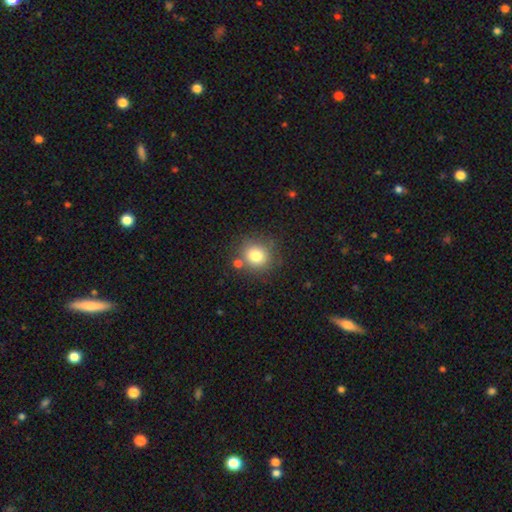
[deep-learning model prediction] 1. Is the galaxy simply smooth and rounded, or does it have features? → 79% smooth, 12% star or artifact, 9% featured or disk.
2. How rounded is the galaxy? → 83% round, 16% in between, 1% cigar-shaped.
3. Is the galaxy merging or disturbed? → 76% none, 11% minor disturbance, 9% merger, 4% major disturbance.